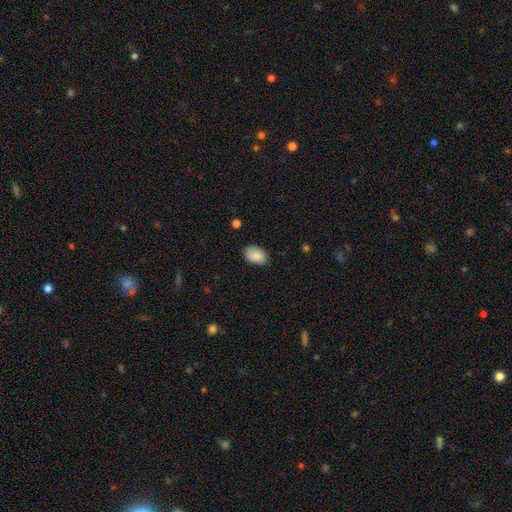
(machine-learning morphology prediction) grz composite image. It shows a smooth galaxy with no disk features (88%) that is in between round and cigar-shaped (88%). Merging: none (81%).